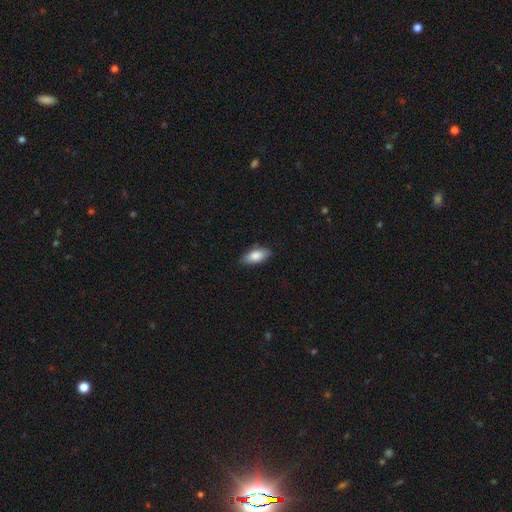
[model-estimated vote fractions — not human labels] Morphology: type=smooth (84%); roundness=in between (88%); merging=none (82%).